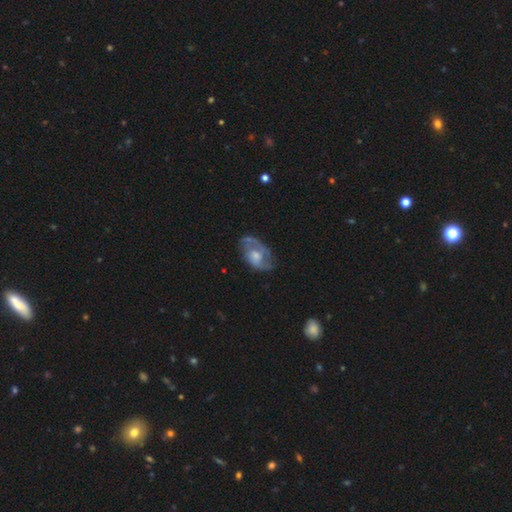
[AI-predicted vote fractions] smooth-or-featured: featured or disk: 72% | smooth: 22% | star or artifact: 6%
  disk-edge-on: no: 96% | yes: 4%
    bar: no: 66% | weak: 29% | strong: 4%
    has-spiral-arms: yes: 84% | no: 16%
      spiral-winding: medium: 46% | tight: 30% | loose: 24%
      spiral-arm-count: 2: 61% | can't tell: 19% | 1: 10% | 3: 6% | 4: 2% | more than 4: 2%
    bulge-size: moderate: 45% | small: 34% | large: 10% | none: 8% | dominant: 1%
  merging: none: 59% | minor disturbance: 24% | major disturbance: 14% | merger: 3%